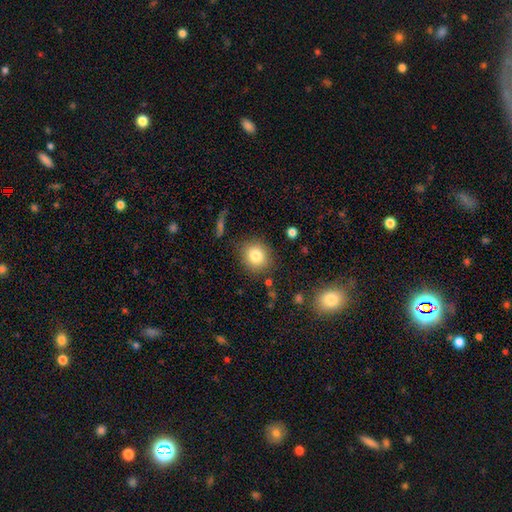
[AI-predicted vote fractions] Q: Smooth or featured?
A: smooth (82%); runner-up: star or artifact (10%)
Q: How rounded?
A: round (81%); runner-up: in between (18%)
Q: Merging?
A: none (84%); runner-up: minor disturbance (10%)